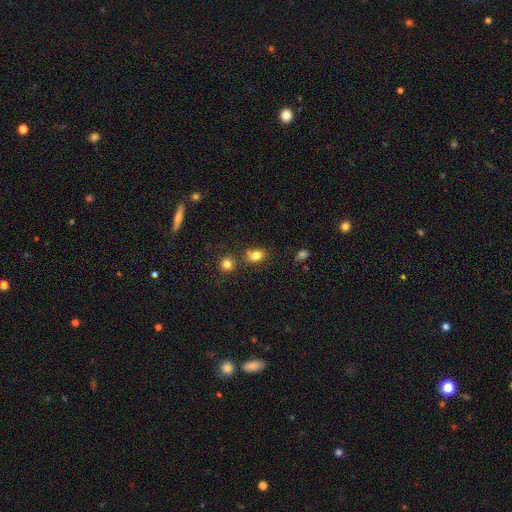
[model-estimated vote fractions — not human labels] smooth_or_featured: smooth (p=0.80) [alt: star or artifact p=0.12]
how_rounded: in between (p=0.65) [alt: round p=0.34]
merging: none (p=0.68) [alt: merger p=0.14]